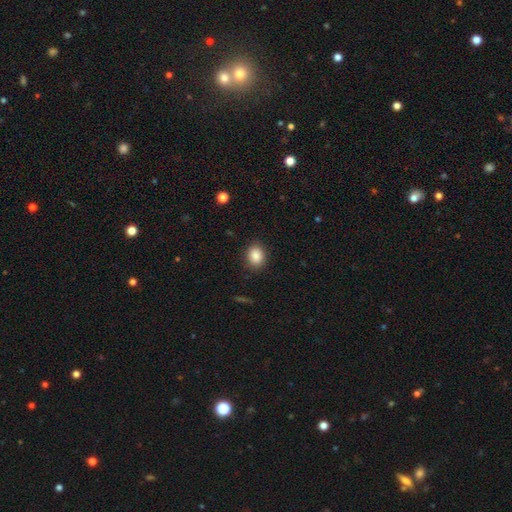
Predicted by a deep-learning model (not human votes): Smooth or featured?
  - smooth: 87% *
  - star or artifact: 9%
  - featured or disk: 5%
How rounded?
  - in between: 53% *
  - round: 46%
  - cigar-shaped: 1%
Merging?
  - none: 88% *
  - minor disturbance: 9%
  - major disturbance: 3%
  - merger: 1%